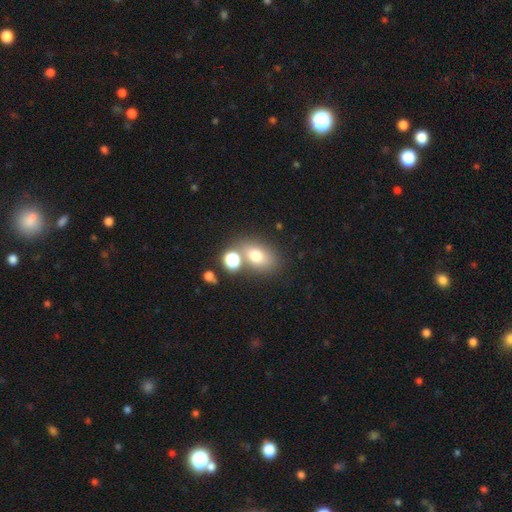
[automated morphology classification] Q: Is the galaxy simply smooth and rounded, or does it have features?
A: smooth — 72%.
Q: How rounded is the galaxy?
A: in between — 69%.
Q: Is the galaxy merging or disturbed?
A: none — 60%.